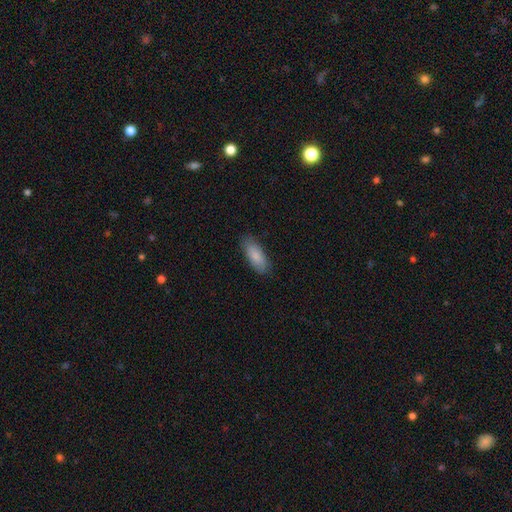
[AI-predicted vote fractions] smooth_or_featured: smooth (p=0.85) [alt: featured or disk p=0.10]
how_rounded: in between (p=0.81) [alt: cigar-shaped p=0.17]
merging: none (p=0.83) [alt: minor disturbance p=0.14]